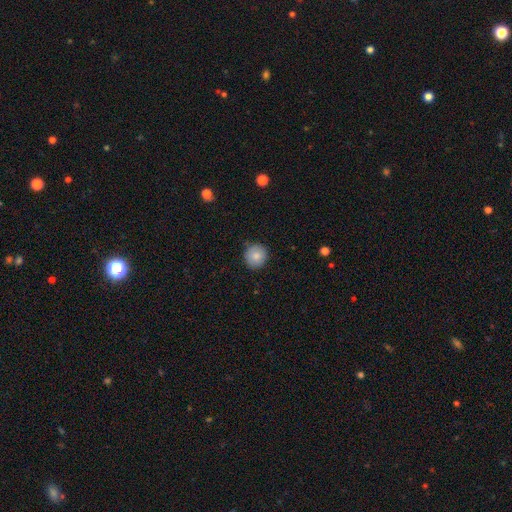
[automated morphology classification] Overall: smooth (83%). How rounded: round (93%). Merging: none (87%).